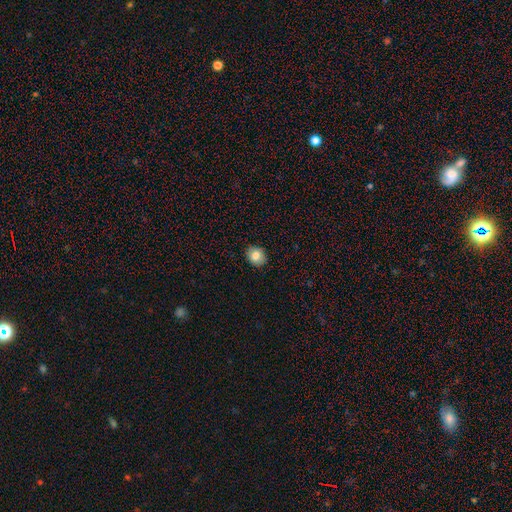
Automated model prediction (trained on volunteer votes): smooth_or_featured: smooth (p=0.81) [alt: featured or disk p=0.10]
how_rounded: round (p=0.62) [alt: in between p=0.37]
merging: none (p=0.88) [alt: minor disturbance p=0.09]